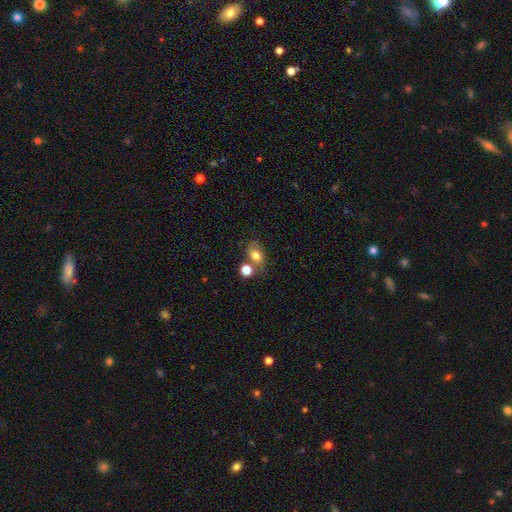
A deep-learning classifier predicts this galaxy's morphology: A smooth galaxy with no disk features (78%) that is in between round and cigar-shaped (67%).

Vote fractions:
- Smooth or featured? smooth: 78% / star or artifact: 12% / featured or disk: 11%
- How rounded? in between: 67% / round: 31% / cigar-shaped: 2%
- Merging? none: 56% / merger: 25% / minor disturbance: 14% / major disturbance: 5%